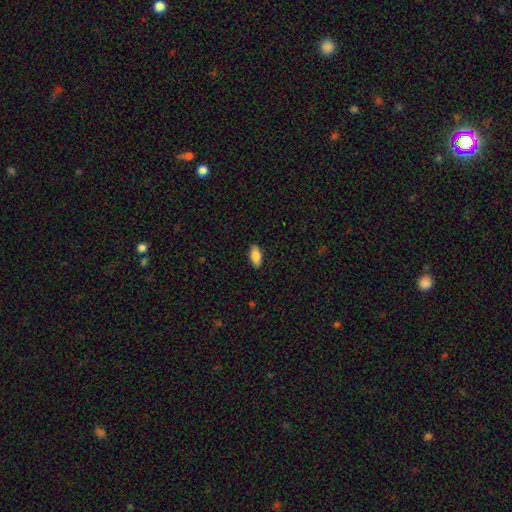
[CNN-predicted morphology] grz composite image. It shows a smooth galaxy with no disk features (87%) that is in between round and cigar-shaped (86%). Merging: none (88%).